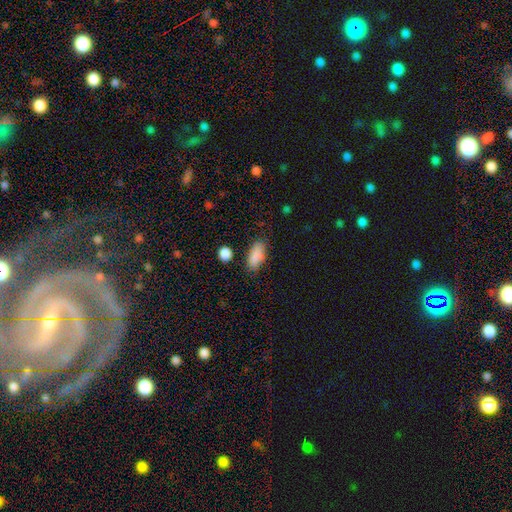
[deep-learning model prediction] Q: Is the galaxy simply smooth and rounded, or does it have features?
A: smooth — 87%.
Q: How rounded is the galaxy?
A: in between — 86%.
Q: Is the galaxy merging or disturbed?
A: none — 77%.